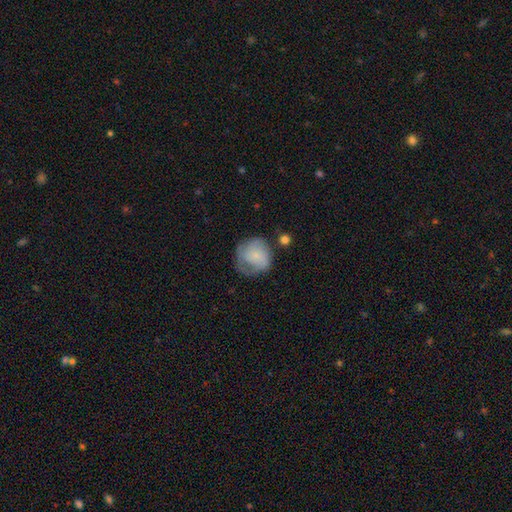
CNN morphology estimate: A smooth galaxy with no disk features (57%) that is round (82%).

Vote fractions:
- Smooth or featured? smooth: 57% / featured or disk: 36% / star or artifact: 8%
- How rounded? round: 82% / in between: 17% / cigar-shaped: 1%
- Merging? none: 47% / minor disturbance: 28% / major disturbance: 21% / merger: 4%